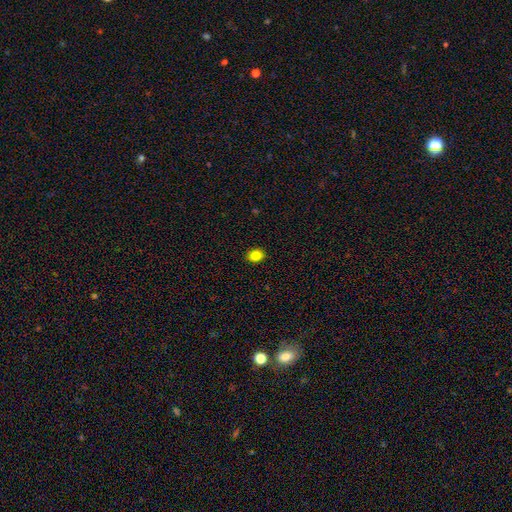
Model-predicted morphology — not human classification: smooth 84%, star or artifact 10%, featured or disk 5%. Down the decision tree: how rounded — in between (56%); merging — none (90%).